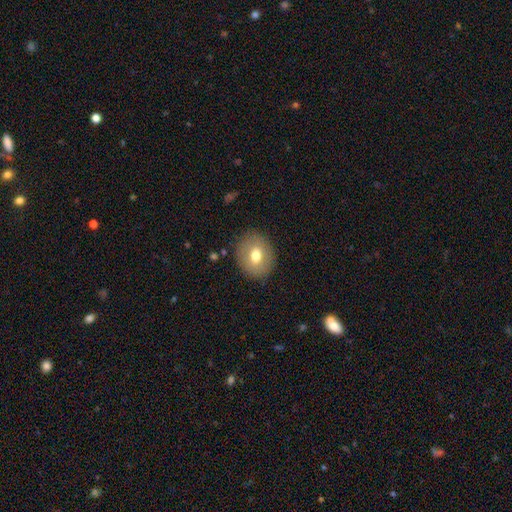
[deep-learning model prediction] Smooth or featured: smooth — 70% (featured or disk — 22%)
How rounded: round — 63% (in between — 36%)
Merging: none — 87% (minor disturbance — 9%)